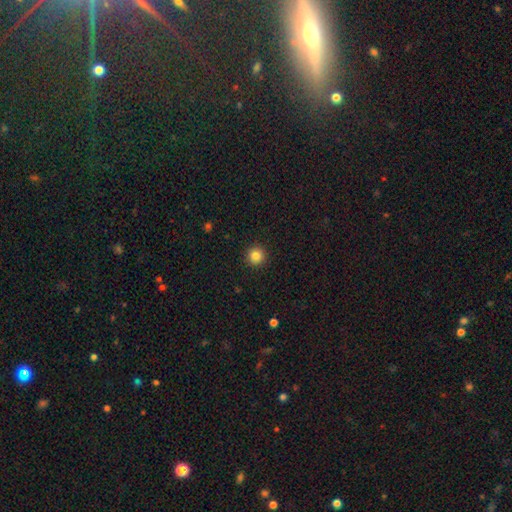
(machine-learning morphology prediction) Q: Smooth or featured?
A: smooth (84%); runner-up: star or artifact (11%)
Q: How rounded?
A: round (95%); runner-up: in between (4%)
Q: Merging?
A: none (93%); runner-up: minor disturbance (5%)